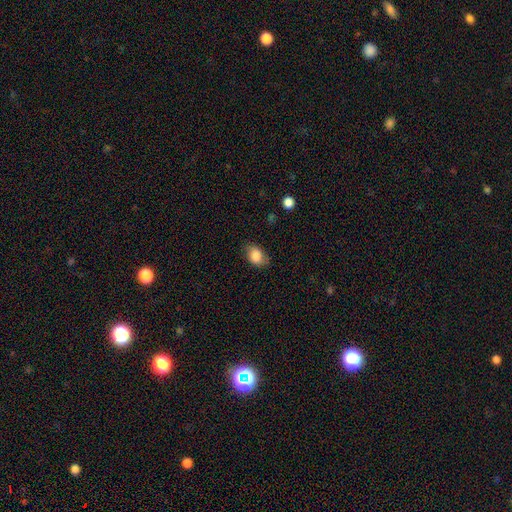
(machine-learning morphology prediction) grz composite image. It shows a smooth galaxy with no disk features (85%) that is in between round and cigar-shaped (82%). Merging: none (74%).